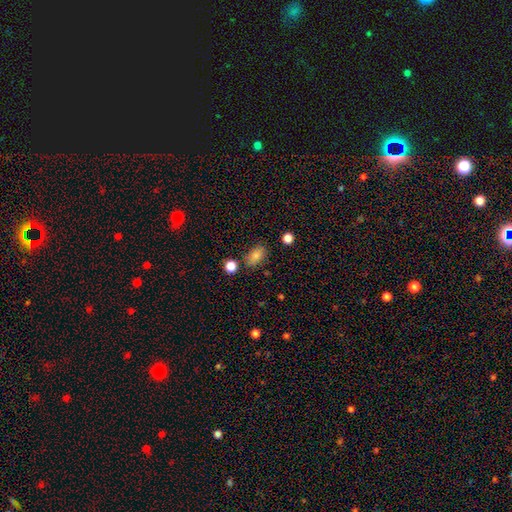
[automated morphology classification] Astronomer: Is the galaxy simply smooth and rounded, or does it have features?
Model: smooth — 81%.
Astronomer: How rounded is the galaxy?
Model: in between — 85%.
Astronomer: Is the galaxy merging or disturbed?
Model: none — 78%.